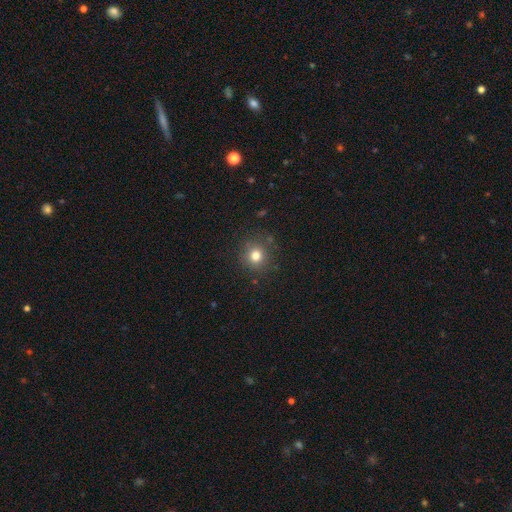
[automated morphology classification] smooth 79%, star or artifact 14%, featured or disk 7%. Down the decision tree: how rounded — round (90%); merging — none (84%).